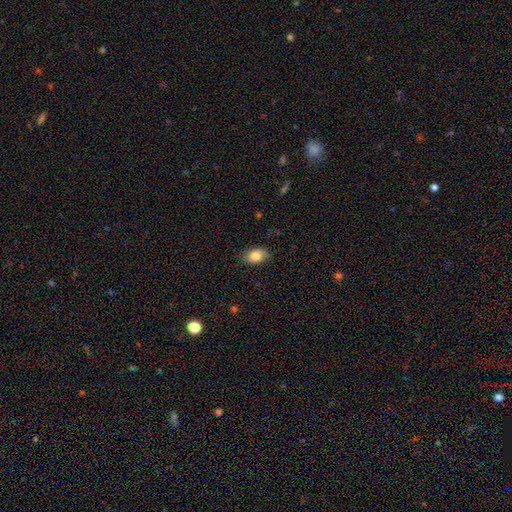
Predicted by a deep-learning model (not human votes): smooth_or_featured: smooth (p=0.83) [alt: featured or disk p=0.09]
how_rounded: in between (p=0.85) [alt: round p=0.14]
merging: none (p=0.80) [alt: minor disturbance p=0.16]